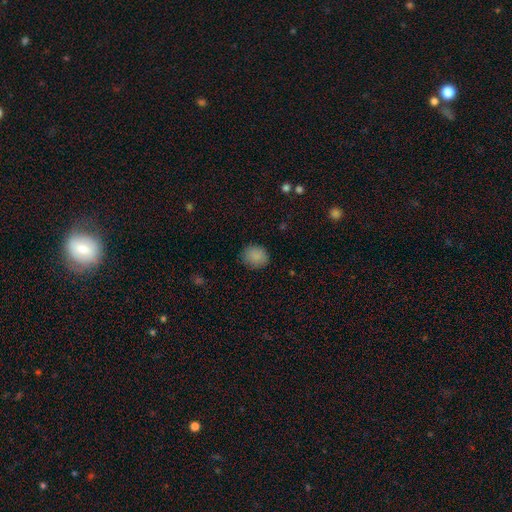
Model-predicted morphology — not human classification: Smooth or featured? smooth (87%)
How rounded? round (72%)
Merging? none (84%)